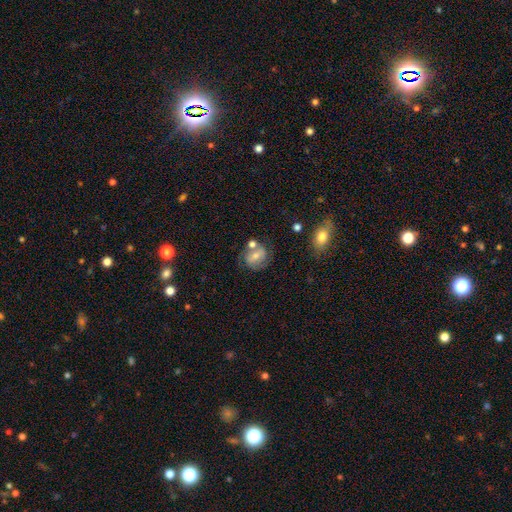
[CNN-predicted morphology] This appears to be a smooth galaxy with no disk features (47%). Merging: none (52%).